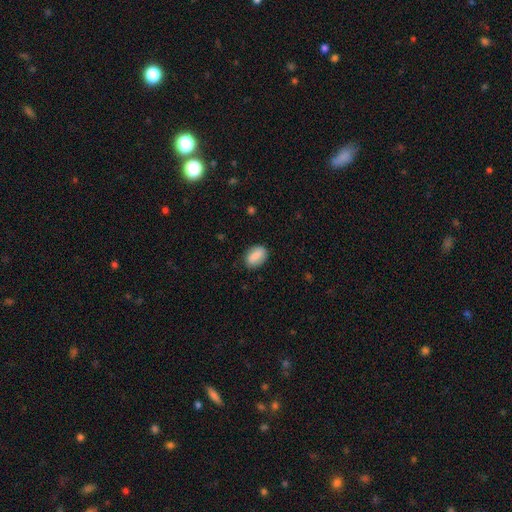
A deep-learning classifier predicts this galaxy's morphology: This appears to be a smooth galaxy with no disk features (81%) that is in between round and cigar-shaped (85%). Merging: none (84%).